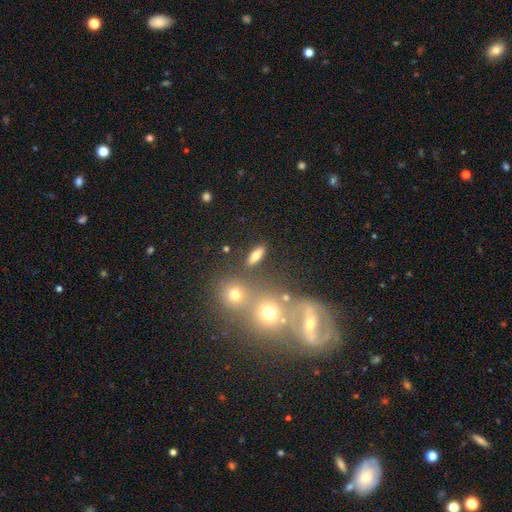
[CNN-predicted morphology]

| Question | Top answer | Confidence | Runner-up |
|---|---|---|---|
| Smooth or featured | smooth | 72% | featured or disk (15%) |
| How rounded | in between | 66% | cigar-shaped (25%) |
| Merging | none | 79% | minor disturbance (10%) |